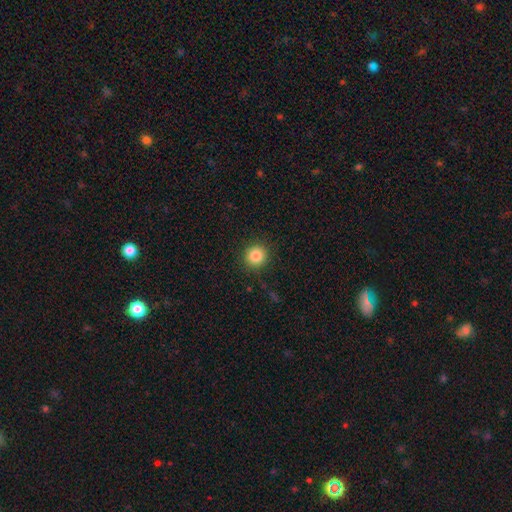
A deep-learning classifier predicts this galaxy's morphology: Smooth or featured: smooth — 85% (star or artifact — 10%)
How rounded: round — 91% (in between — 8%)
Merging: none — 90% (minor disturbance — 7%)